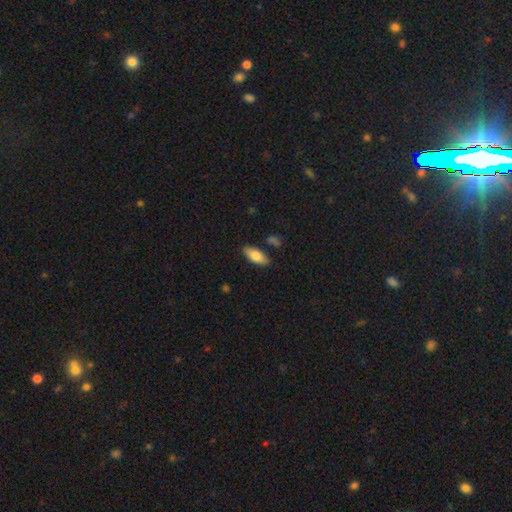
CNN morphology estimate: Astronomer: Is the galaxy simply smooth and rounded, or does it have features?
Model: smooth — 81%.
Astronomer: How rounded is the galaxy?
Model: in between — 84%.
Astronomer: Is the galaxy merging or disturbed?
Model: none — 82%.